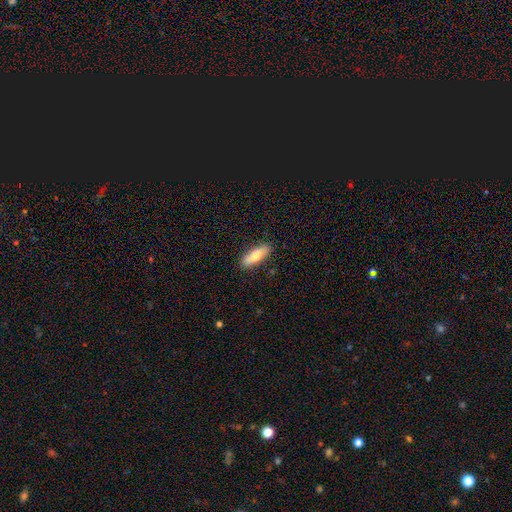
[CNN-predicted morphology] Q: Smooth or featured?
A: smooth (69%); runner-up: featured or disk (25%)
Q: How rounded?
A: in between (51%); runner-up: cigar-shaped (47%)
Q: Merging?
A: none (86%); runner-up: minor disturbance (11%)